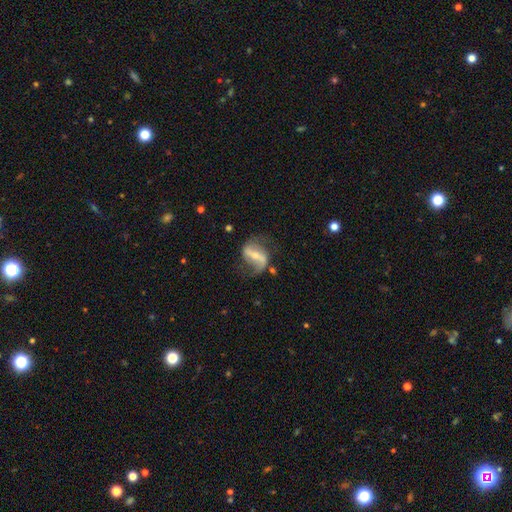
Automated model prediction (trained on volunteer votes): Smooth or featured: featured or disk — 79% (smooth — 14%)
Edge-on disk: no — 93% (yes — 7%)
Bar: strong — 66% (weak — 23%)
Spiral arms: yes — 86% (no — 14%)
Spiral winding: loose — 64% (medium — 27%)
Spiral arm count: 2 — 86% (1 — 6%)
Bulge size: small — 57% (moderate — 36%)
Merging: none — 62% (minor disturbance — 21%)